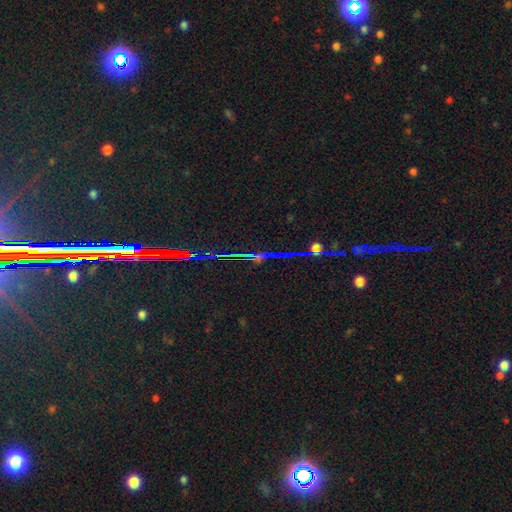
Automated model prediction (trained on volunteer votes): A star or artifact, not a galaxy (81%).

Vote fractions:
- Smooth or featured? star or artifact: 81% / featured or disk: 11% / smooth: 8%